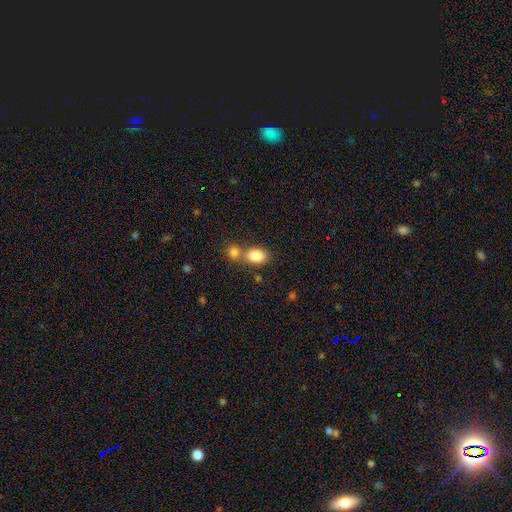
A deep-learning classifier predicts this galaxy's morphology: type=smooth (84%); roundness=in between (79%); merging=none (44%).